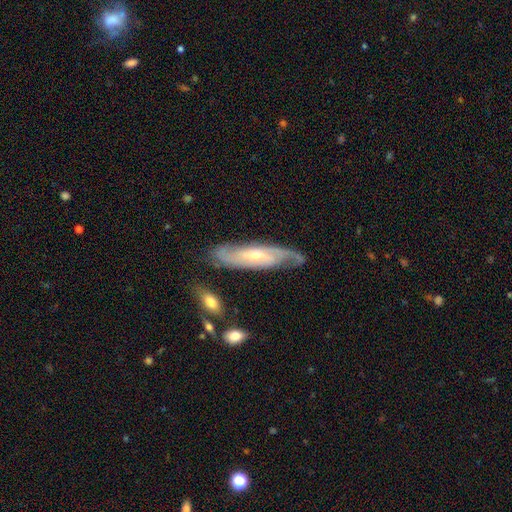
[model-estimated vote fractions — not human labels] featured or disk 80%, smooth 15%, star or artifact 5%. Down the decision tree: edge-on disk — no (78%); bar — no (43%); spiral arms — yes (94%); spiral arm count — 2 (62%); spiral winding — tight (46%); bulge size — small (57%); merging — none (72%).